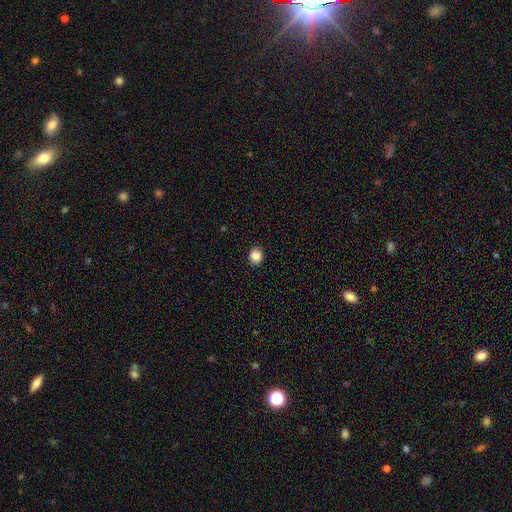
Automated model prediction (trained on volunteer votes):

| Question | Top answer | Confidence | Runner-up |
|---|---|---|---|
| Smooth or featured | smooth | 87% | star or artifact (10%) |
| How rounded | round | 75% | in between (25%) |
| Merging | none | 88% | minor disturbance (9%) |